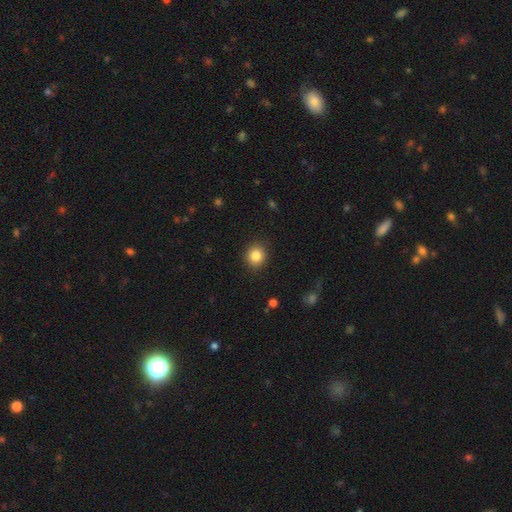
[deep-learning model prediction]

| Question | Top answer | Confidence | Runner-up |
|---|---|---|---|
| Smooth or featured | smooth | 84% | star or artifact (10%) |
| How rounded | round | 86% | in between (13%) |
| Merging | none | 90% | minor disturbance (7%) |